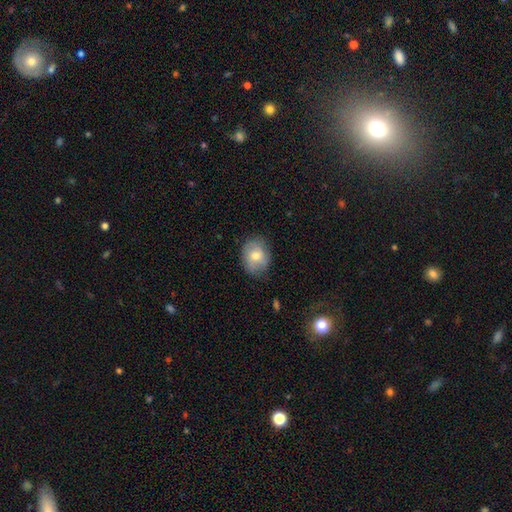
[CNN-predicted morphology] Q: Smooth or featured?
A: smooth (71%); runner-up: featured or disk (21%)
Q: How rounded?
A: round (52%); runner-up: in between (47%)
Q: Merging?
A: none (76%); runner-up: minor disturbance (19%)